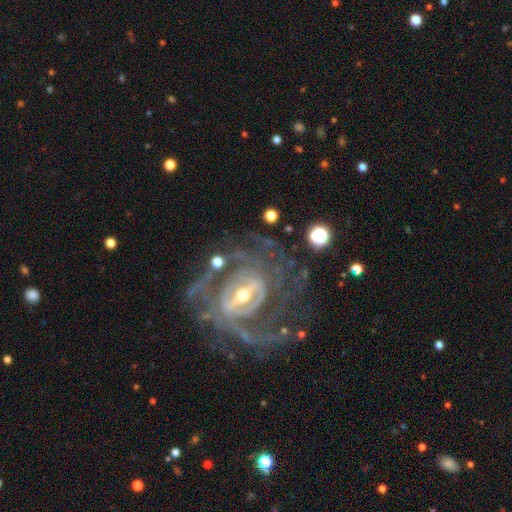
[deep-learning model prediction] Smooth or featured? featured or disk (86%)
Edge-on disk? no (97%)
Bar? weak (43%)
Spiral arms? yes (94%)
Spiral winding? tight (51%)
Spiral arm count? 2 (30%)
Bulge size? small (66%)
Merging? none (64%)